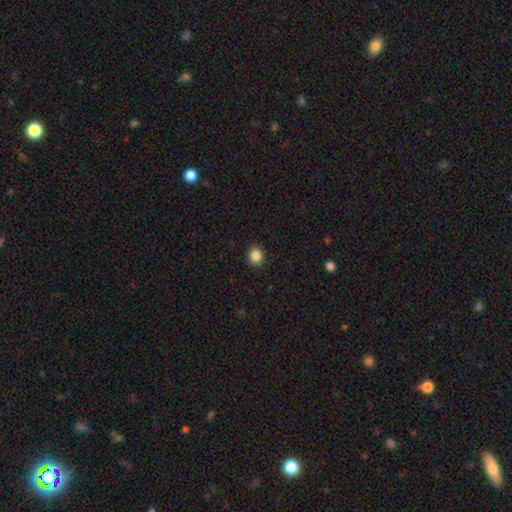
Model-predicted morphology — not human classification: Q: Smooth or featured?
A: smooth (86%); runner-up: star or artifact (10%)
Q: How rounded?
A: round (63%); runner-up: in between (36%)
Q: Merging?
A: none (90%); runner-up: minor disturbance (7%)